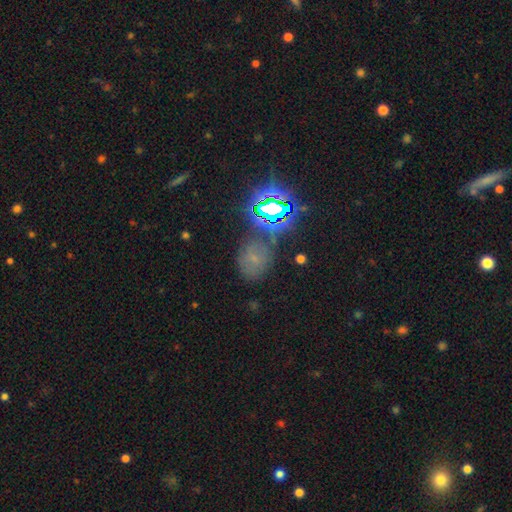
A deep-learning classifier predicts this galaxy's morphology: A star or artifact, not a galaxy (63%).

Vote fractions:
- Smooth or featured? star or artifact: 63% / smooth: 23% / featured or disk: 15%